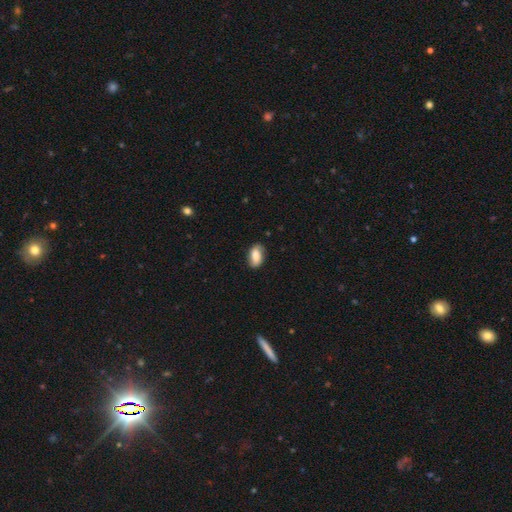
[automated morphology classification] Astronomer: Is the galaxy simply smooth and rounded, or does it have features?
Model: smooth — 71%.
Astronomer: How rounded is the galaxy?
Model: in between — 90%.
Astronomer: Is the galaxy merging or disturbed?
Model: none — 79%.